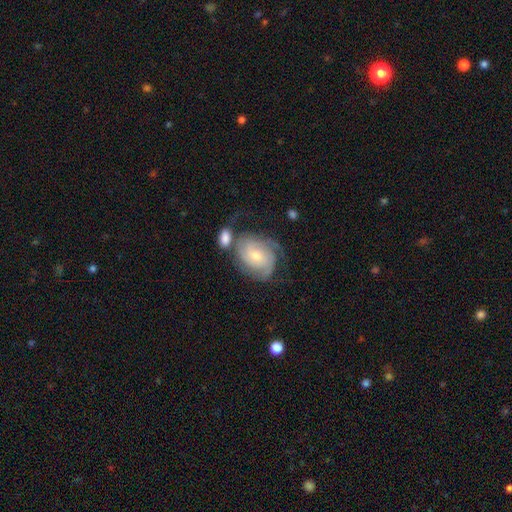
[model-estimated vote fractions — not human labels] smooth-or-featured: featured or disk: 78% | smooth: 16% | star or artifact: 6%
  disk-edge-on: no: 97% | yes: 3%
    bar: no: 70% | weak: 25% | strong: 5%
    has-spiral-arms: yes: 94% | no: 6%
      spiral-winding: tight: 58% | medium: 31% | loose: 10%
      spiral-arm-count: 2: 31% | can't tell: 28% | 3: 24% | 4: 8% | 1: 5% | more than 4: 4%
    bulge-size: small: 49% | moderate: 46% | large: 2% | none: 1% | dominant: 1%
  merging: none: 48% | minor disturbance: 21% | merger: 17% | major disturbance: 15%